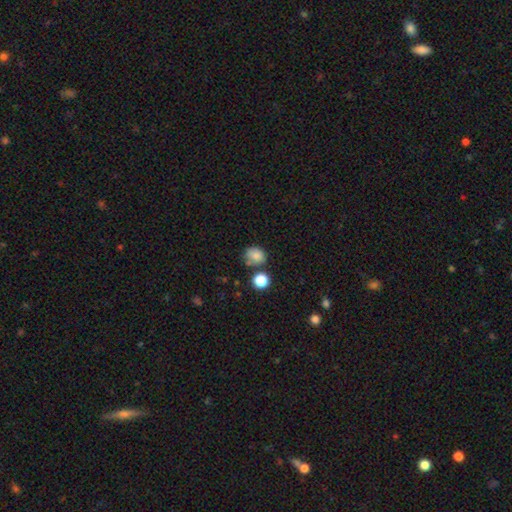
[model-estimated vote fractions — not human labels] Smooth or featured: smooth — 80% (star or artifact — 11%)
How rounded: round — 60% (in between — 39%)
Merging: none — 58% (minor disturbance — 21%)